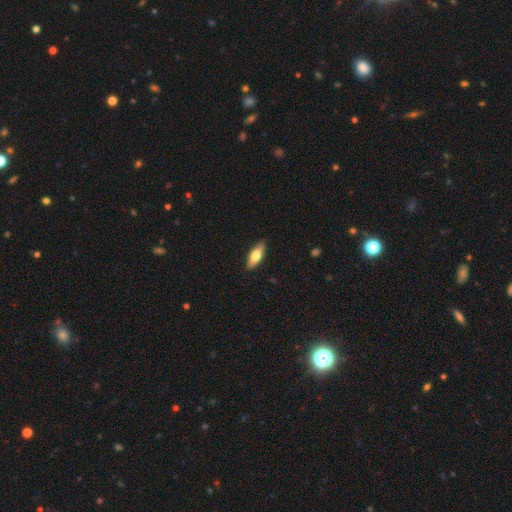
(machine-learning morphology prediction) type=smooth (60%); roundness=in between (62%); merging=none (88%).